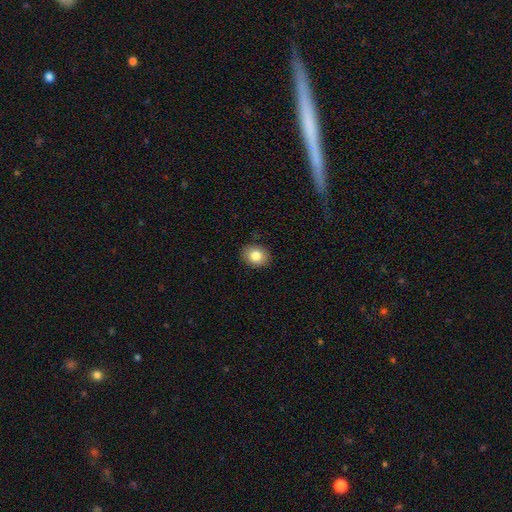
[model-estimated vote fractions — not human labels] Smooth or featured?
  - smooth: 82% *
  - star or artifact: 9%
  - featured or disk: 9%
How rounded?
  - round: 54% *
  - in between: 45%
  - cigar-shaped: 1%
Merging?
  - none: 88% *
  - minor disturbance: 9%
  - major disturbance: 2%
  - merger: 1%